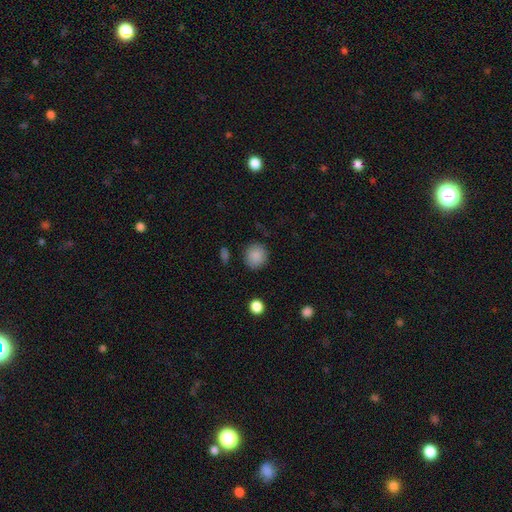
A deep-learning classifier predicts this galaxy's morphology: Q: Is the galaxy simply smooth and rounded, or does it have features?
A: smooth — 88%.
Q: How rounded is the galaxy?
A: round — 90%.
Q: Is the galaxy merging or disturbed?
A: none — 87%.